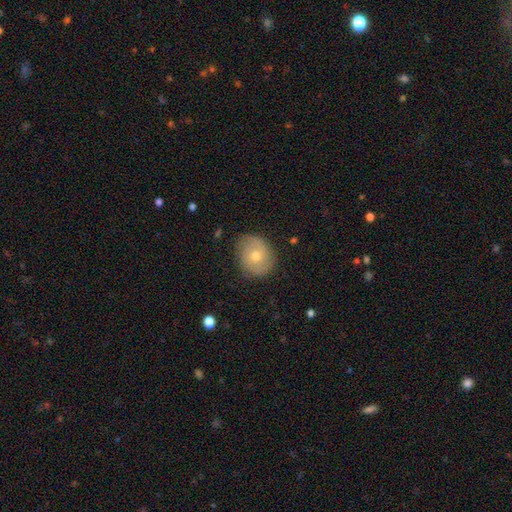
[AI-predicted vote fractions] smooth 50%, featured or disk 40%, star or artifact 10%. Down the decision tree: merging — none (80%).